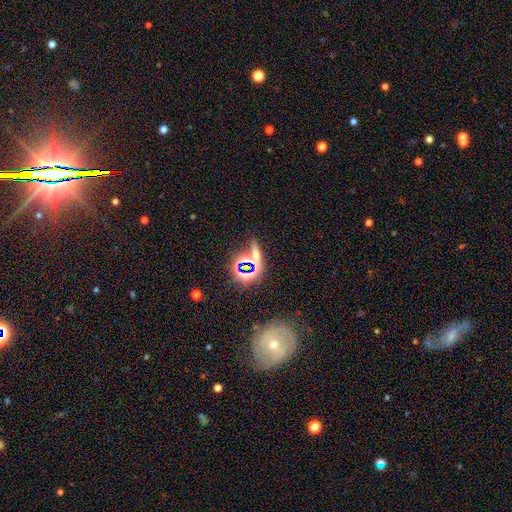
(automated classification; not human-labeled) This appears to be a star or artifact, not a galaxy (50%).